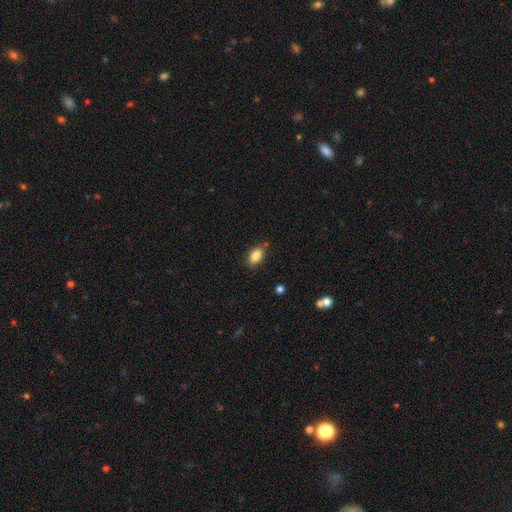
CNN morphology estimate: smooth-or-featured: smooth: 85% | star or artifact: 8% | featured or disk: 7%
  how-rounded: in between: 88% | round: 9% | cigar-shaped: 3%
  merging: none: 80% | minor disturbance: 13% | merger: 4% | major disturbance: 3%